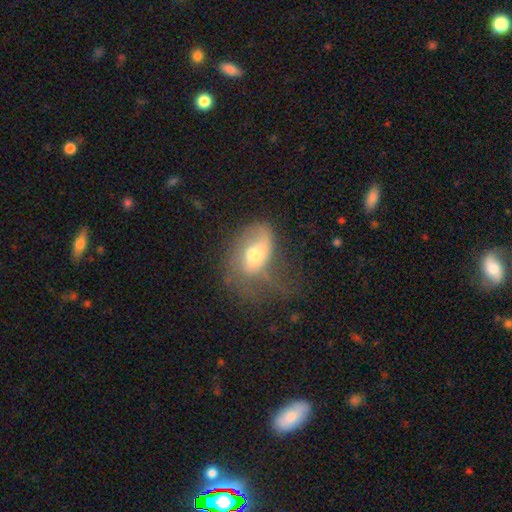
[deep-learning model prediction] Smooth or featured: featured or disk — 46% (smooth — 45%)
Merging: major disturbance — 43% (none — 28%)